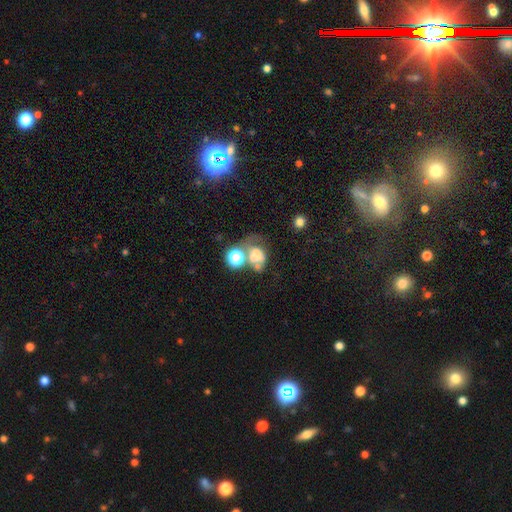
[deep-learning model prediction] Morphology: type=smooth (49%); merging=merger (41%).